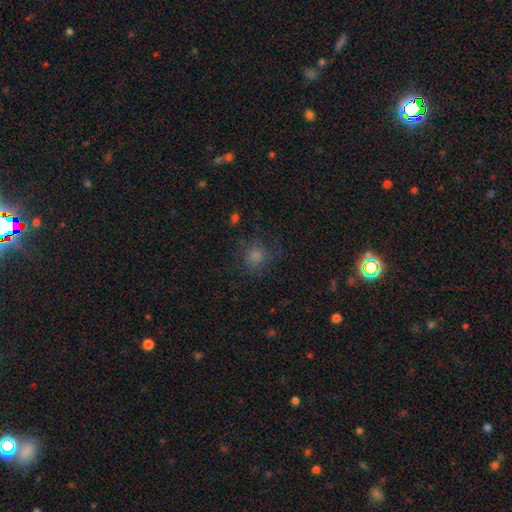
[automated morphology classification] Smooth or featured: smooth — 56% (star or artifact — 30%)
How rounded: round — 87% (in between — 12%)
Merging: none — 76% (minor disturbance — 14%)